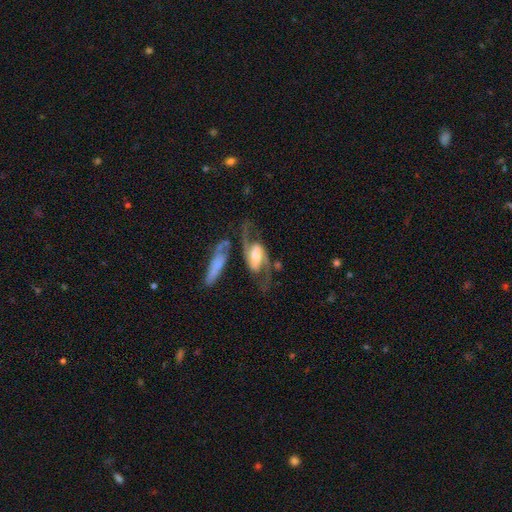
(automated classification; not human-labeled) A featured or disk galaxy (88%) with a weak bar (42%), 2 (93%) medium (50%) spiral arms (96%) and a moderate central bulge (47%). Merging: none (60%).